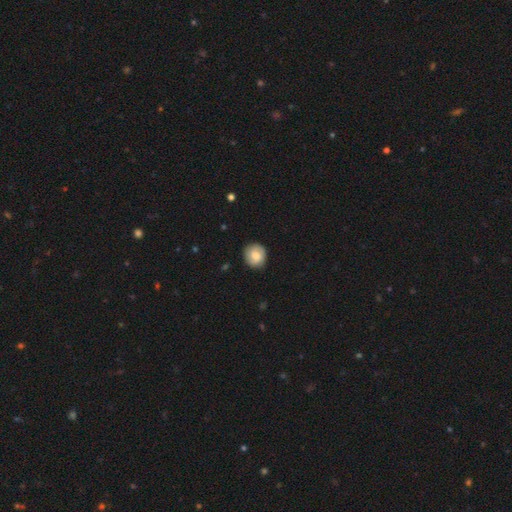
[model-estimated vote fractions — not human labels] Q: Smooth or featured?
A: smooth (78%); runner-up: featured or disk (15%)
Q: How rounded?
A: round (89%); runner-up: in between (10%)
Q: Merging?
A: none (86%); runner-up: minor disturbance (11%)